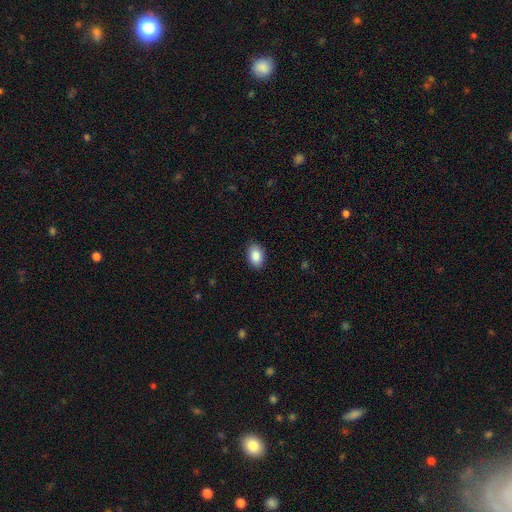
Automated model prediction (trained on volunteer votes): Morphology: type=smooth (88%); roundness=in between (89%); merging=none (88%).